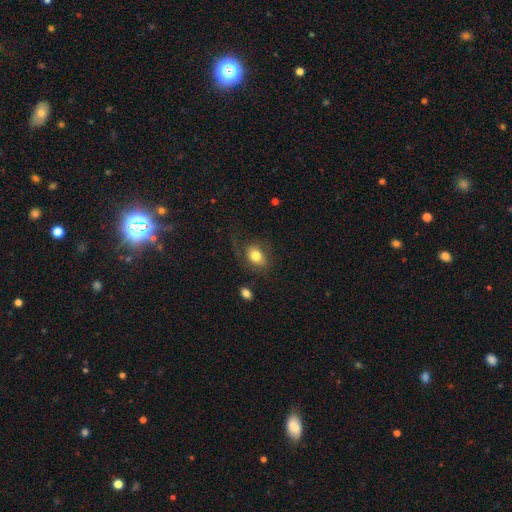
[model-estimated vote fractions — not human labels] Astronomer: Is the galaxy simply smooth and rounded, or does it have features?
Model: smooth — 79%.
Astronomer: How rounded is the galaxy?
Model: in between — 64%.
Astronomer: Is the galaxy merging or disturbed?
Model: none — 63%.